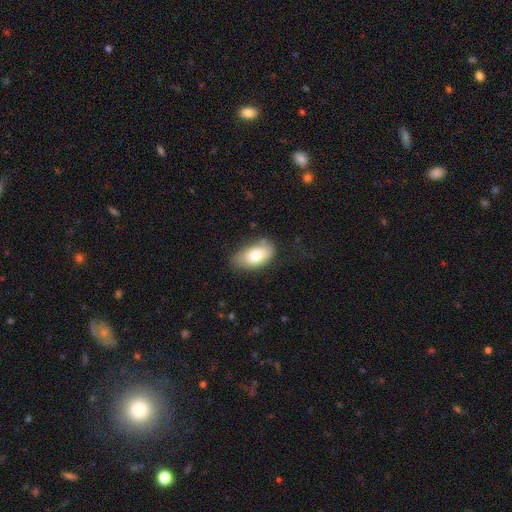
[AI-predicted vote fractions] smooth 77%, featured or disk 16%, star or artifact 7%. Down the decision tree: how rounded — in between (93%); merging — none (70%).